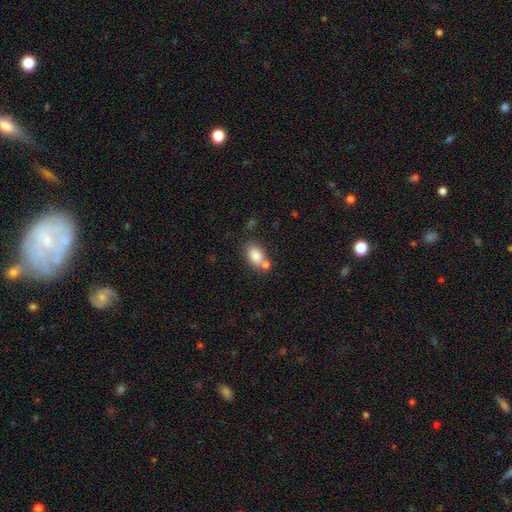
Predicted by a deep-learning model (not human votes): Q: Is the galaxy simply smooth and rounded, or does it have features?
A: smooth — 83%.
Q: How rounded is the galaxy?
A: in between — 81%.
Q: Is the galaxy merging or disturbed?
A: none — 54%.